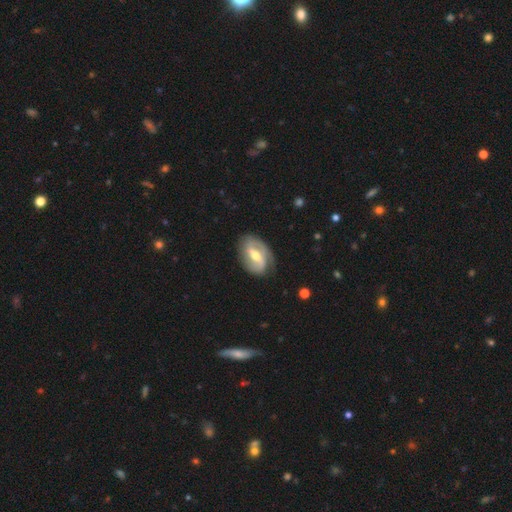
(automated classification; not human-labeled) Morphology: type=featured or disk (78%); edge-on=no (95%); bar=strong (45%); spiral arms=yes (85%); winding=medium (40%); arm count=2 (80%); bulge=moderate (65%); merging=none (76%).